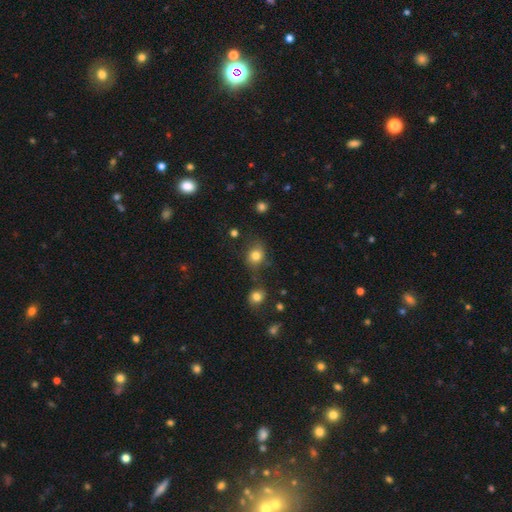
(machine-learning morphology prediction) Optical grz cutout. It shows a smooth galaxy with no disk features (79%) that is round (67%). Merging: none (64%).